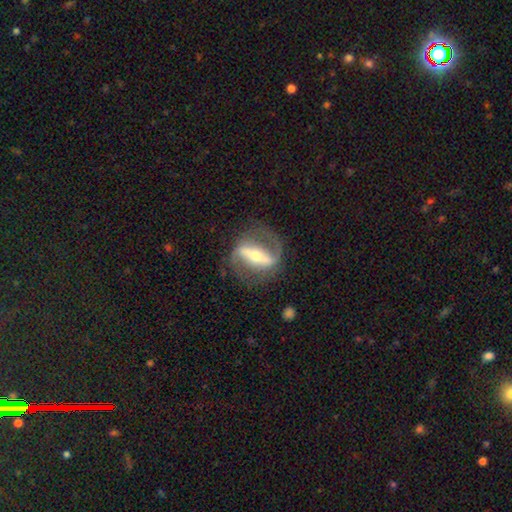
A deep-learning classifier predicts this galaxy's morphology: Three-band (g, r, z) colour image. It shows a featured or disk galaxy (84%) with a strong bar (80%), 2 (86%) medium (43%) spiral arms (78%) and a moderate central bulge (53%). Merging: none (75%).